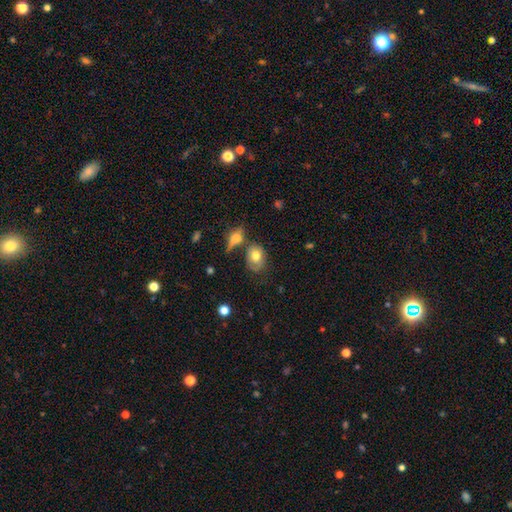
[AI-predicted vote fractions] The model was most divided on "merging": none: 46%, minor disturbance: 21%, merger: 21%, major disturbance: 12%. More confident: smooth or featured — smooth (70%); how rounded — in between (63%).